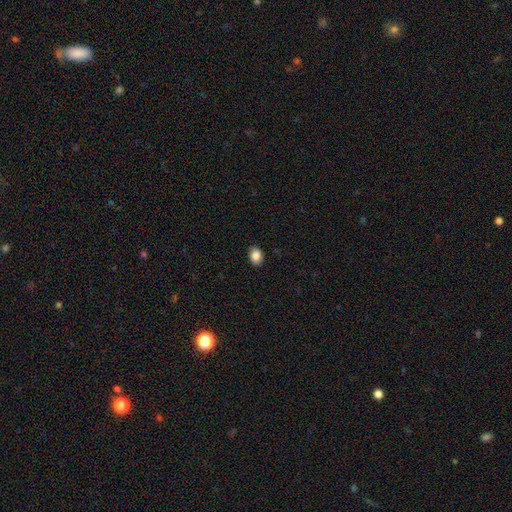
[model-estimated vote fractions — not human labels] A smooth galaxy with no disk features (87%) that is in between round and cigar-shaped (74%). Merging: none (89%).